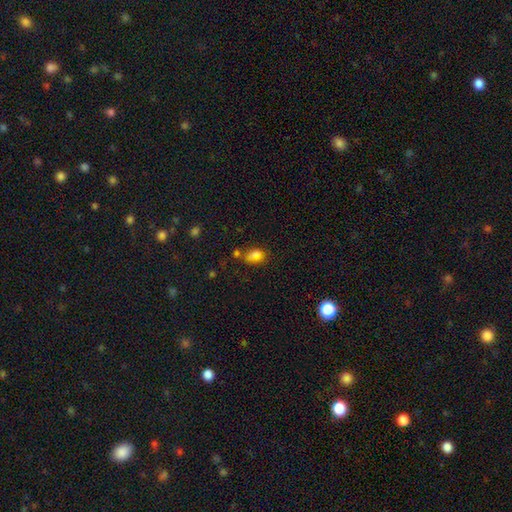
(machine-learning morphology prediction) Smooth or featured: smooth — 66% (star or artifact — 22%)
How rounded: in between — 72% (round — 25%)
Merging: none — 57% (merger — 19%)